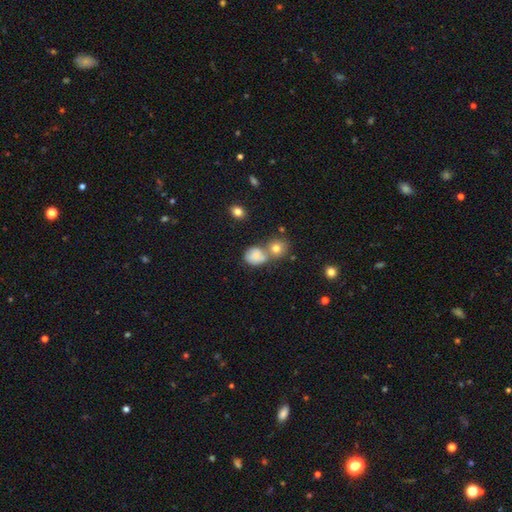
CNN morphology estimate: smooth 77%, featured or disk 12%, star or artifact 11%. Down the decision tree: how rounded — round (63%); merging — merger (39%, tied with none).